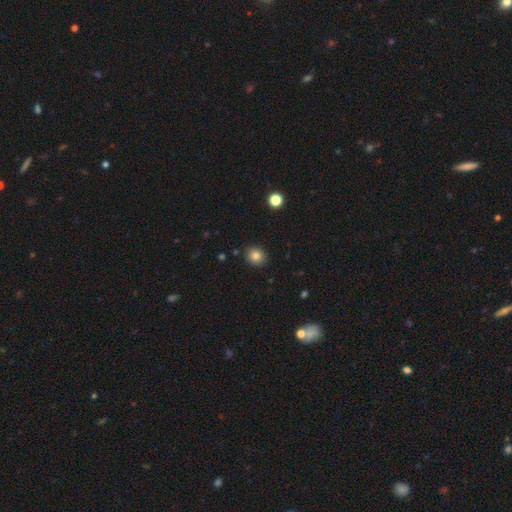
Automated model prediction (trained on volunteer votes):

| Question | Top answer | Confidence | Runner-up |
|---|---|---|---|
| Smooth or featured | smooth | 81% | star or artifact (11%) |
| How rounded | round | 81% | in between (18%) |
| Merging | none | 90% | minor disturbance (7%) |